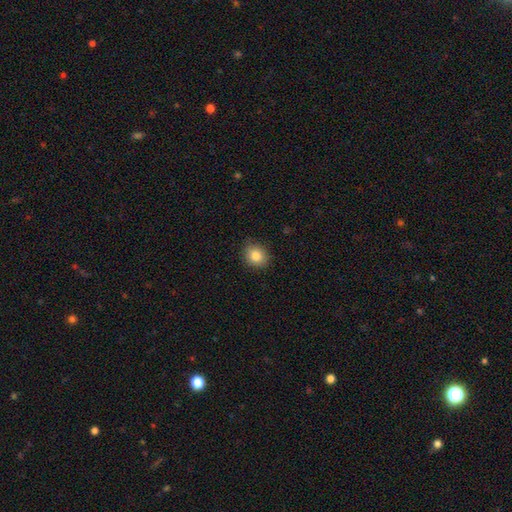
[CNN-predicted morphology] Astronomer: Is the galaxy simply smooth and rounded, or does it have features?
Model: smooth — 84%.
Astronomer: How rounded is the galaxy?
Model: round — 74%.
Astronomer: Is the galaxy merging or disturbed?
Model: none — 86%.